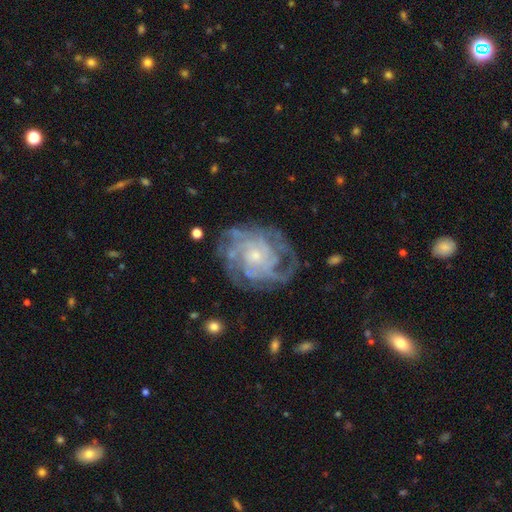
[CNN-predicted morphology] A featured or disk galaxy (86%) with no bar (78%), tight (66%) spiral arms (93%) and a small central bulge (65%). Merging: none (72%).